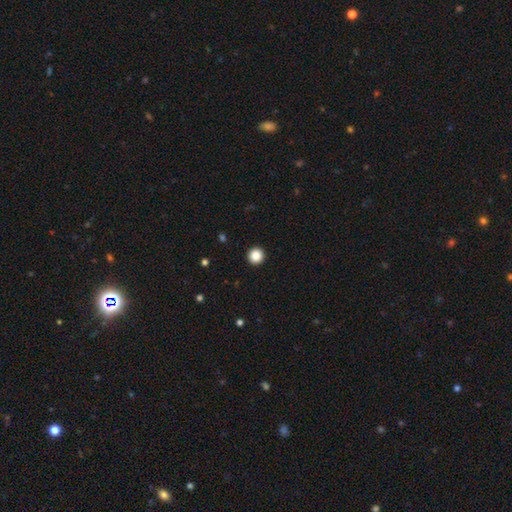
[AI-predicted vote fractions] smooth-or-featured: smooth: 87% | star or artifact: 10% | featured or disk: 3%
  how-rounded: round: 96% | in between: 3% | cigar-shaped: 1%
  merging: none: 94% | minor disturbance: 4% | major disturbance: 1% | merger: 1%